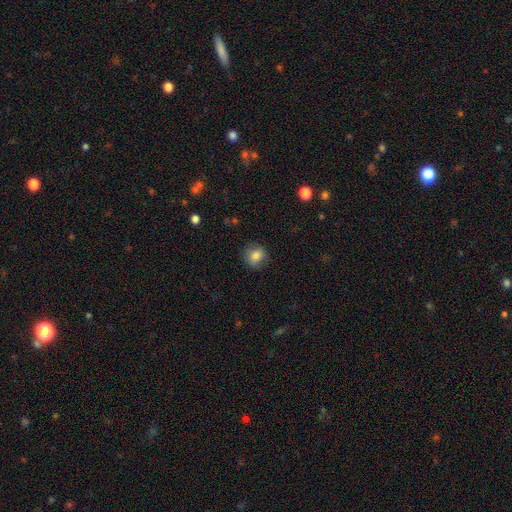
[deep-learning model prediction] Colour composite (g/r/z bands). It shows a smooth galaxy with no disk features (80%) that is round (77%). Merging: none (82%).